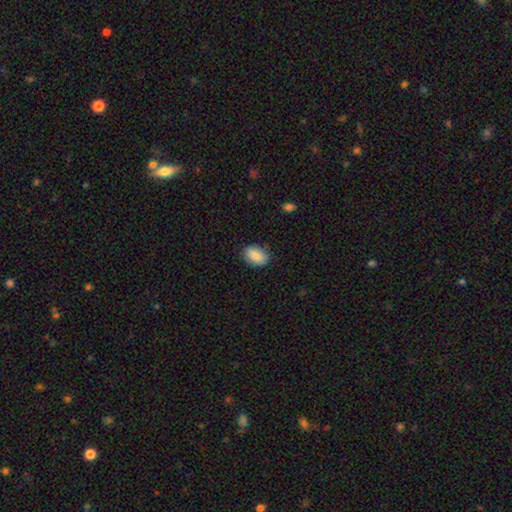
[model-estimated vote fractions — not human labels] smooth 85%, featured or disk 8%, star or artifact 7%. Down the decision tree: how rounded — in between (85%); merging — none (83%).